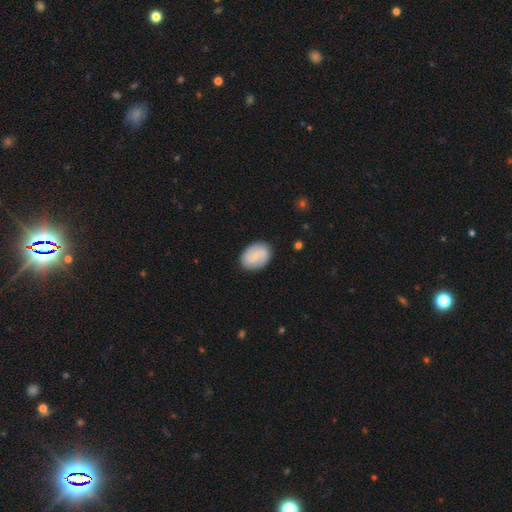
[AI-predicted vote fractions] Q: Smooth or featured?
A: smooth (50%); runner-up: featured or disk (44%)
Q: Merging?
A: none (83%); runner-up: minor disturbance (12%)